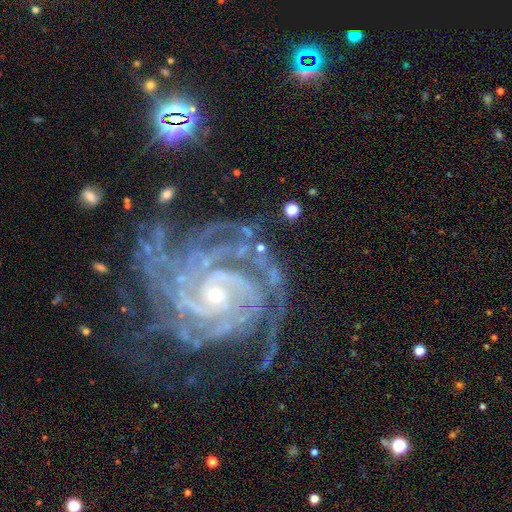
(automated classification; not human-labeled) featured or disk 90%, star or artifact 7%, smooth 3%. Down the decision tree: edge-on disk — no (98%); bar — no (52%); spiral arms — yes (99%); spiral arm count — 4 (26%); spiral winding — tight (79%); bulge size — small (71%); merging — none (65%).